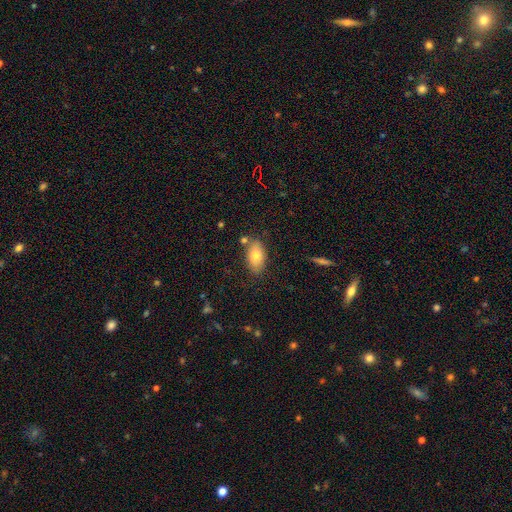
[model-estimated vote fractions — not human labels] smooth_or_featured: smooth (p=0.74) [alt: featured or disk p=0.17]
how_rounded: in between (p=0.91) [alt: round p=0.06]
merging: none (p=0.77) [alt: minor disturbance p=0.14]